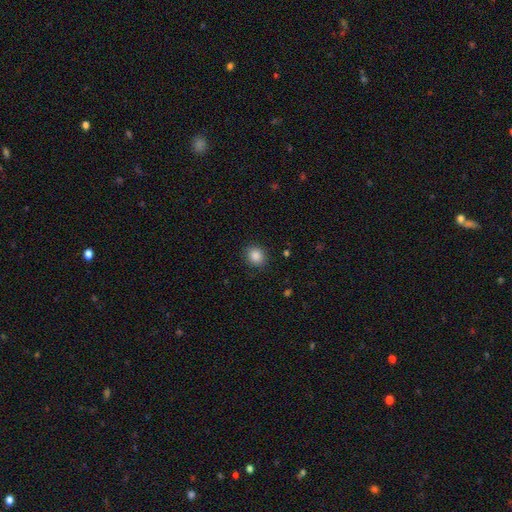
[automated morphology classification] Q: Smooth or featured?
A: smooth (87%); runner-up: star or artifact (10%)
Q: How rounded?
A: round (74%); runner-up: in between (25%)
Q: Merging?
A: none (88%); runner-up: minor disturbance (8%)